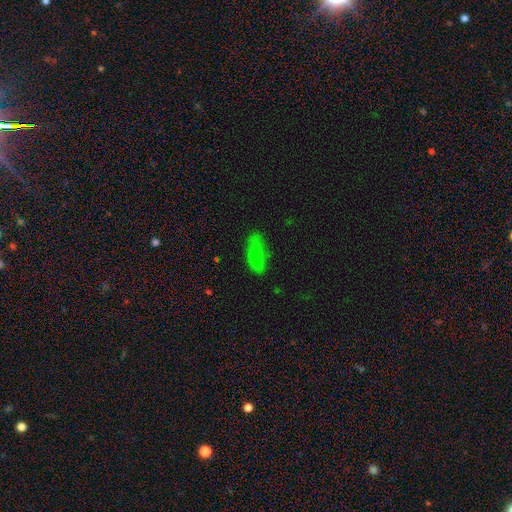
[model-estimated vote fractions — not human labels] Smooth or featured? smooth (77%)
How rounded? in between (68%)
Merging? none (62%)